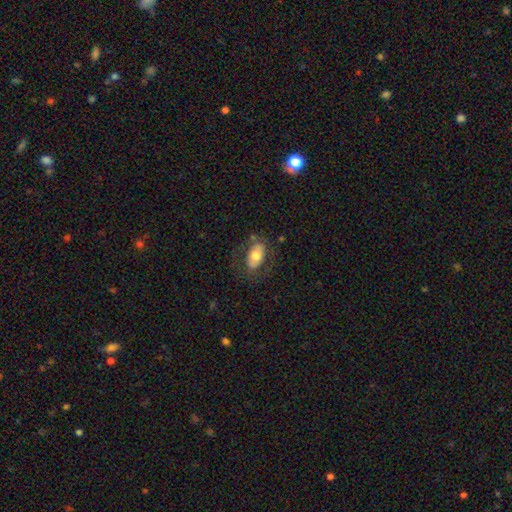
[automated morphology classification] This is likely a smooth galaxy (61%). How rounded: clearly in between (90%). Merging: likely none (68%).